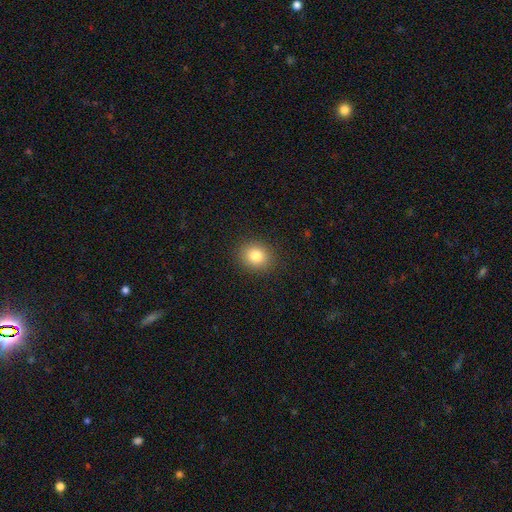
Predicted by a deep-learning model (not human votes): smooth_or_featured: smooth (p=0.82) [alt: star or artifact p=0.11]
how_rounded: round (p=0.69) [alt: in between p=0.30]
merging: none (p=0.90) [alt: minor disturbance p=0.07]